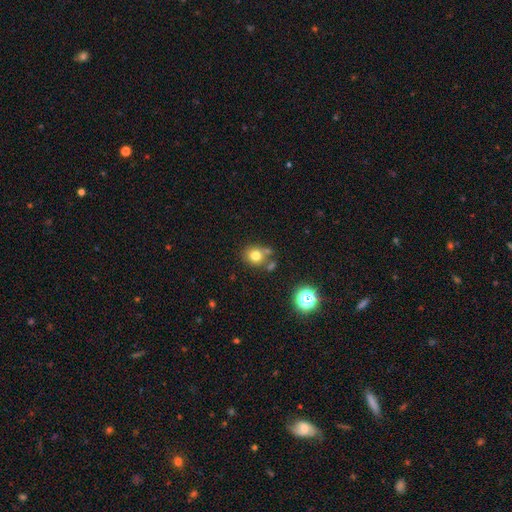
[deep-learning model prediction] smooth_or_featured: smooth (p=0.76) [alt: star or artifact p=0.14]
how_rounded: round (p=0.75) [alt: in between p=0.24]
merging: none (p=0.64) [alt: merger p=0.16]